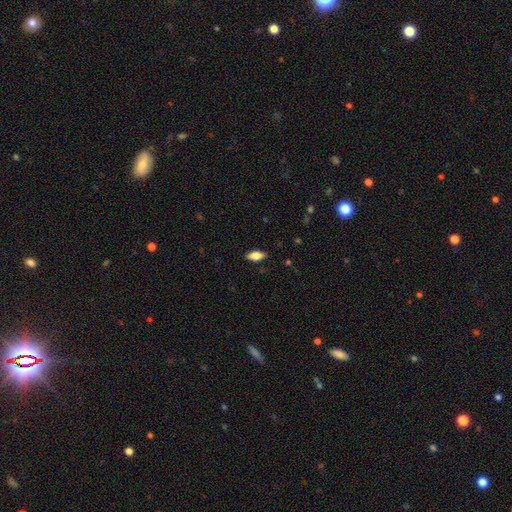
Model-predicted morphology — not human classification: A smooth galaxy with no disk features (77%) that is in between round and cigar-shaped (85%). Merging: none (87%).